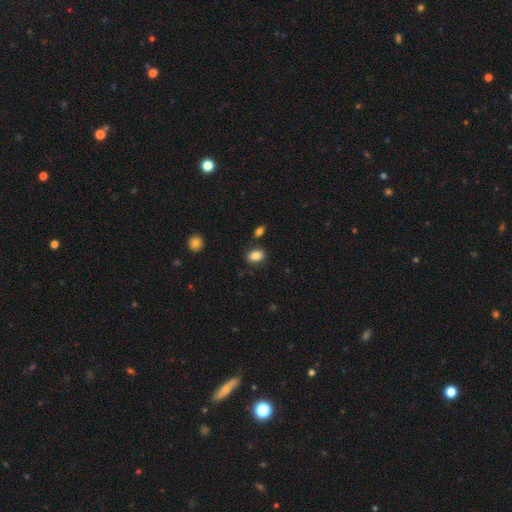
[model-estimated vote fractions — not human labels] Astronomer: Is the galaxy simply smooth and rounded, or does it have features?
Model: smooth — 86%.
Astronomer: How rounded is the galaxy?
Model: in between — 77%.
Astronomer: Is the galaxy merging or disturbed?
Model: none — 81%.